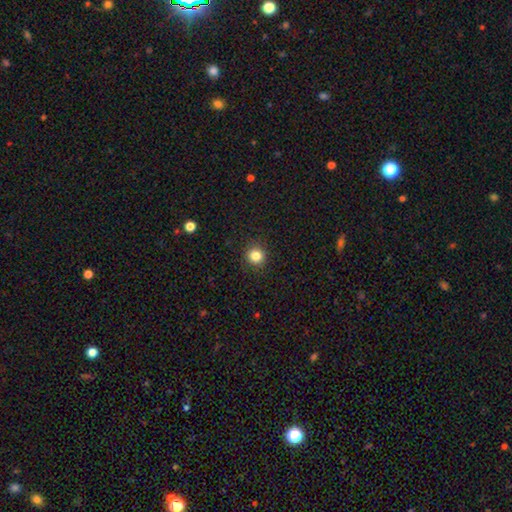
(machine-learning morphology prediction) smooth 83%, star or artifact 12%, featured or disk 5%. Down the decision tree: how rounded — round (92%); merging — none (92%).